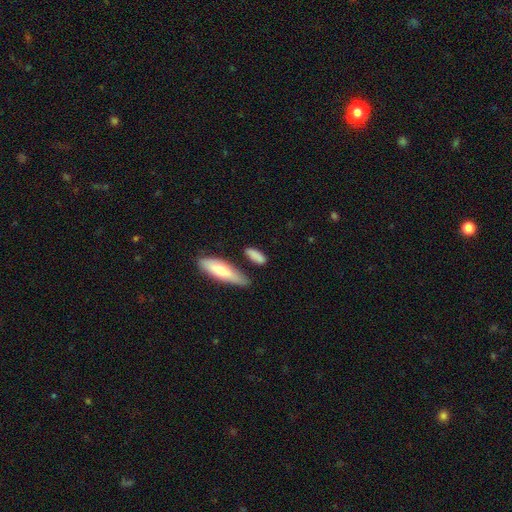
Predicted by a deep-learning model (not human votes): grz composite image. It shows a smooth galaxy with no disk features (82%) that is in between round and cigar-shaped (56%). Merging: none (64%).